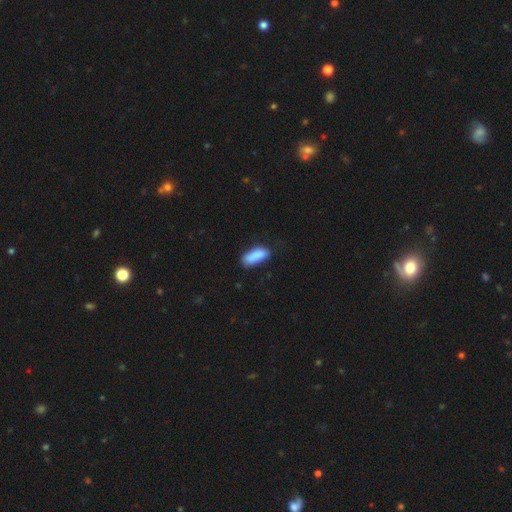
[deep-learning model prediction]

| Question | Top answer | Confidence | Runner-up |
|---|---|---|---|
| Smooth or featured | smooth | 87% | star or artifact (7%) |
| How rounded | in between | 70% | cigar-shaped (28%) |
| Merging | none | 69% | minor disturbance (24%) |